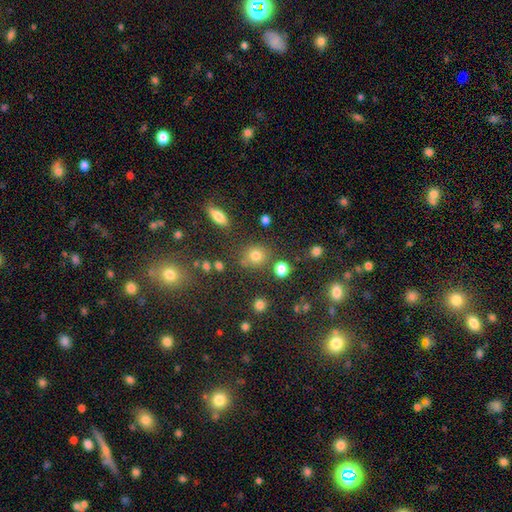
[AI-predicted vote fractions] Smooth or featured?
  - smooth: 73% *
  - star or artifact: 18%
  - featured or disk: 9%
How rounded?
  - round: 78% *
  - in between: 20%
  - cigar-shaped: 2%
Merging?
  - none: 73% *
  - minor disturbance: 13%
  - merger: 10%
  - major disturbance: 5%